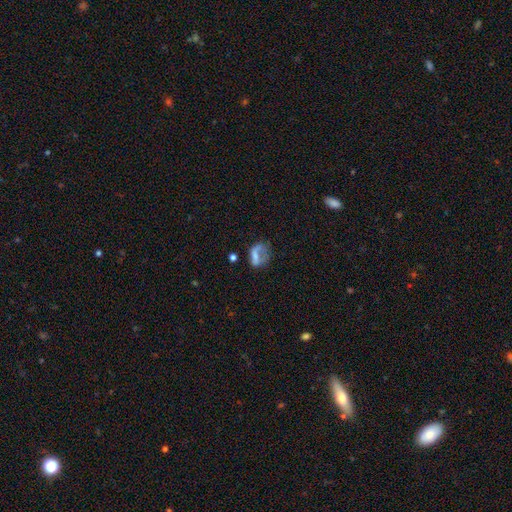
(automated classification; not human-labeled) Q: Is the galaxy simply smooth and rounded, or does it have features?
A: smooth — 53%.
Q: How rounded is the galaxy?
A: in between — 64%.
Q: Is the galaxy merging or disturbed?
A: major disturbance — 39%.